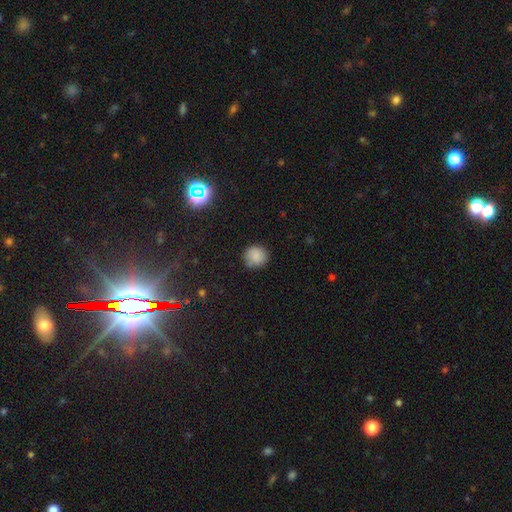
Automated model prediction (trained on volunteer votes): A smooth galaxy with no disk features (85%) that is round (90%).

Vote fractions:
- Smooth or featured? smooth: 85% / star or artifact: 10% / featured or disk: 5%
- How rounded? round: 90% / in between: 9% / cigar-shaped: 1%
- Merging? none: 82% / minor disturbance: 14% / major disturbance: 3% / merger: 1%